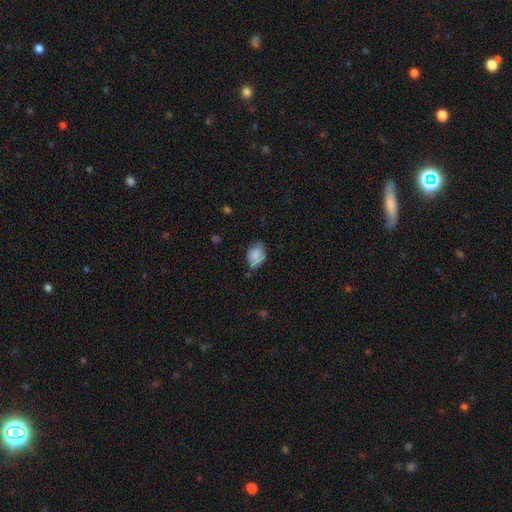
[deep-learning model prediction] Smooth or featured? Predicted: smooth (p=0.82). How rounded? Predicted: in between (p=0.77). Merging? Predicted: none (p=0.57).